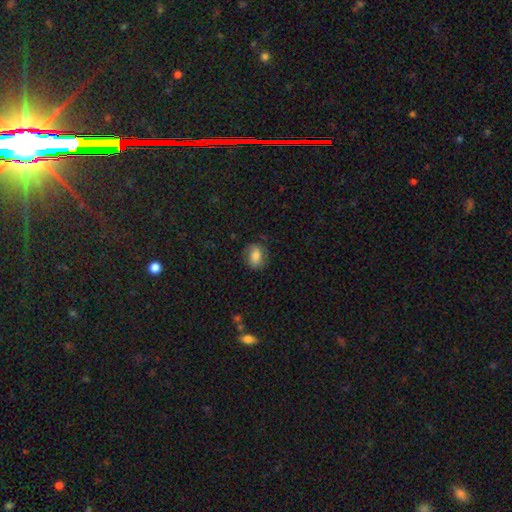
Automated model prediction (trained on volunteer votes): smooth 76%, featured or disk 15%, star or artifact 8%. Down the decision tree: how rounded — in between (70%); merging — none (76%).